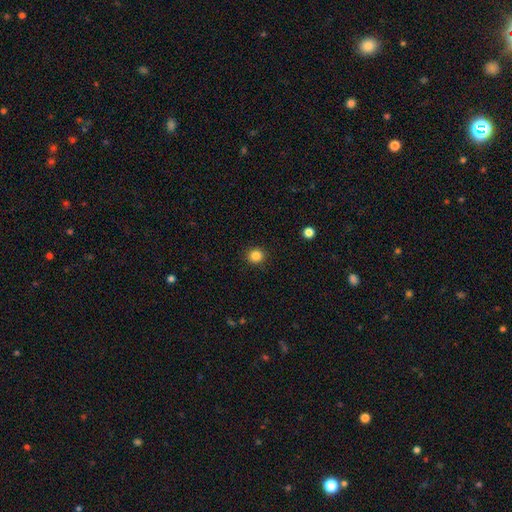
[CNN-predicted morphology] This is clearly a smooth galaxy (85%). How rounded: clearly round (89%). Merging: clearly none (91%).